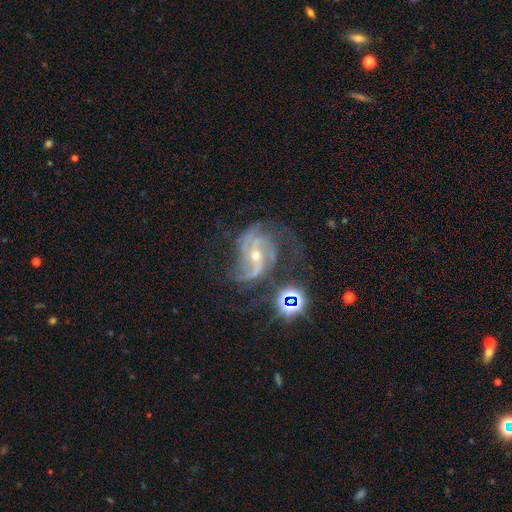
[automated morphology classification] featured or disk 86%, star or artifact 10%, smooth 4%. Down the decision tree: edge-on disk — no (97%); bar — no (37%); spiral arms — yes (97%); spiral arm count — 2 (52%); spiral winding — medium (47%); bulge size — small (58%); merging — none (48%).